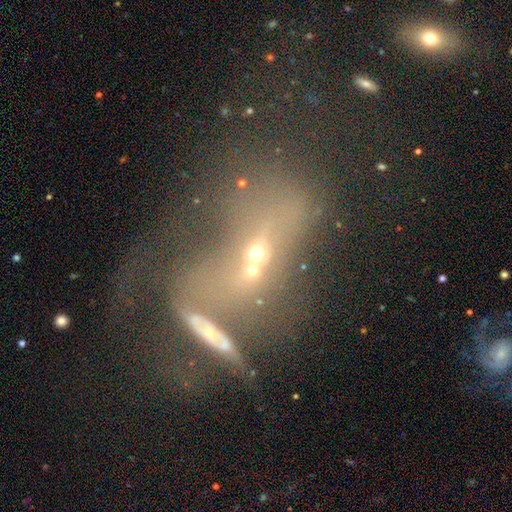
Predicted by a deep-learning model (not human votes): Smooth or featured?
  - featured or disk: 47% *
  - smooth: 29%
  - star or artifact: 23%
Merging?
  - merger: 63% *
  - major disturbance: 18%
  - none: 12%
  - minor disturbance: 7%